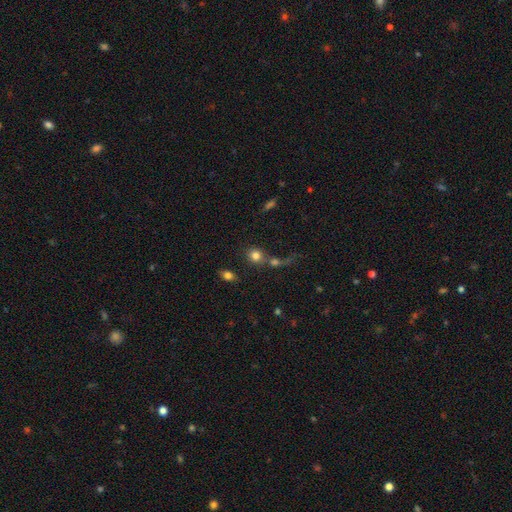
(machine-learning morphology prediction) This appears to be a smooth galaxy with no disk features (80%) that is round (79%). Merging: none (49%).